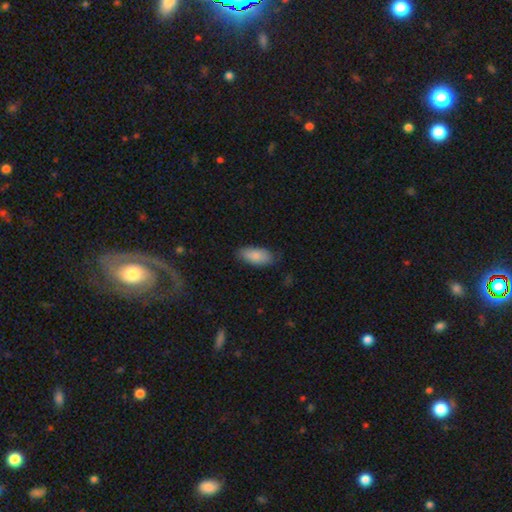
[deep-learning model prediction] This is clearly a smooth galaxy (86%). How rounded: clearly in between (88%). Merging: likely none (75%).